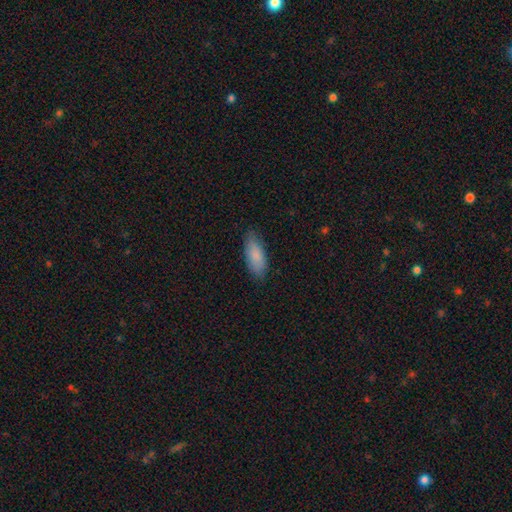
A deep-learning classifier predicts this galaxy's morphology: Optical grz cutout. It shows a smooth galaxy with no disk features (86%) that is in between round and cigar-shaped (78%). Merging: none (82%).